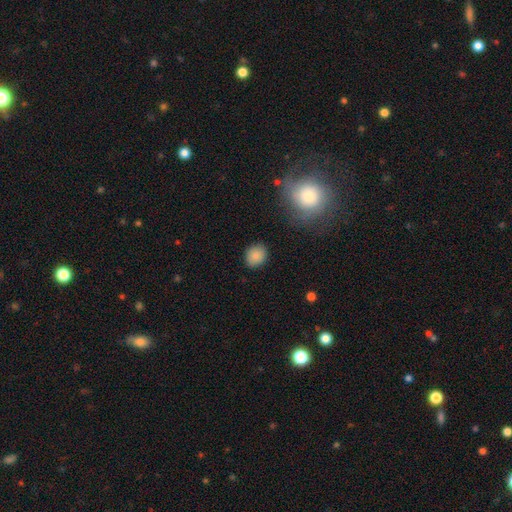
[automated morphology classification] Smooth or featured?
  - smooth: 86% *
  - star or artifact: 9%
  - featured or disk: 5%
How rounded?
  - round: 66% *
  - in between: 33%
  - cigar-shaped: 1%
Merging?
  - none: 87% *
  - minor disturbance: 9%
  - major disturbance: 2%
  - merger: 1%